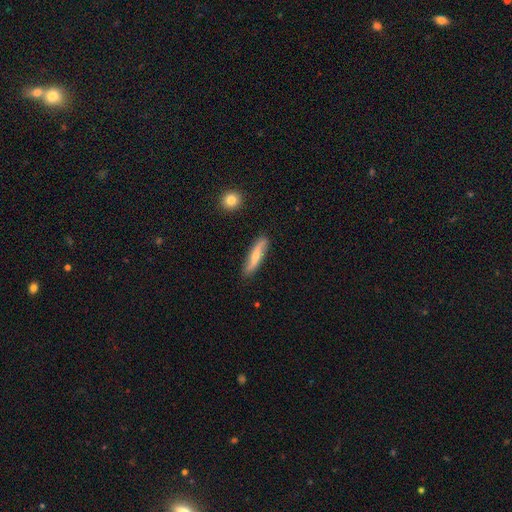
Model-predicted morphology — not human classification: Smooth or featured? smooth (50%)
How rounded? cigar-shaped (78%)
Merging? none (84%)